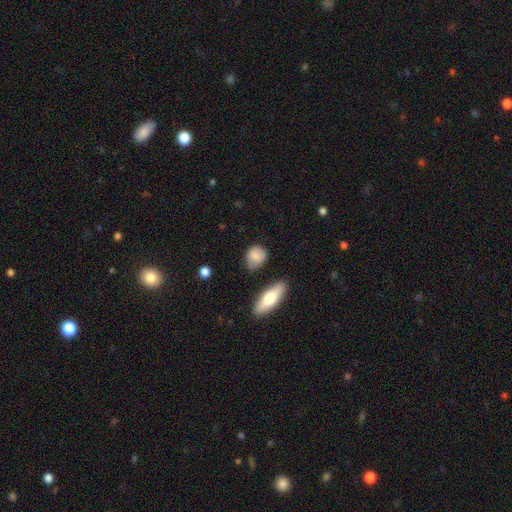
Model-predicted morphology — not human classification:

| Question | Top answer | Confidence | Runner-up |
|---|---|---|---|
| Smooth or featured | smooth | 82% | featured or disk (11%) |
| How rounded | round | 51% | in between (46%) |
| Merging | none | 66% | minor disturbance (25%) |